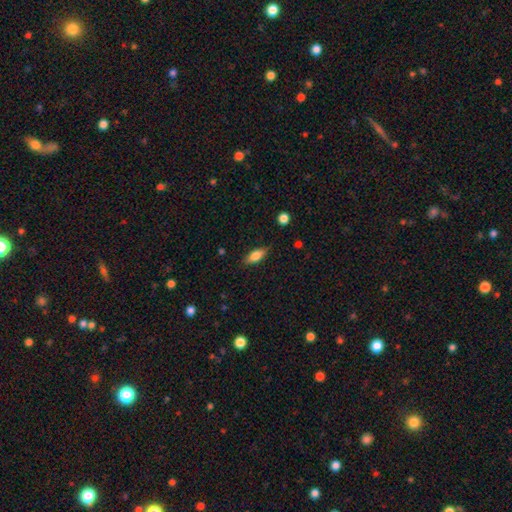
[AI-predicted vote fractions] Smooth or featured? smooth (76%)
How rounded? in between (76%)
Merging? none (82%)